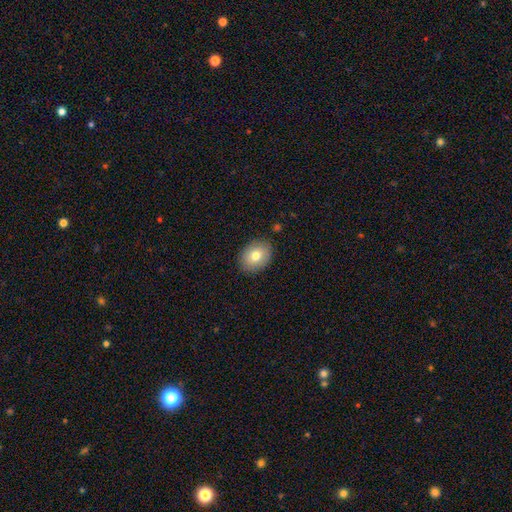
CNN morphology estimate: Smooth or featured?
  - smooth: 77% *
  - featured or disk: 14%
  - star or artifact: 8%
How rounded?
  - in between: 64% *
  - round: 35%
  - cigar-shaped: 1%
Merging?
  - none: 87% *
  - minor disturbance: 10%
  - major disturbance: 2%
  - merger: 1%